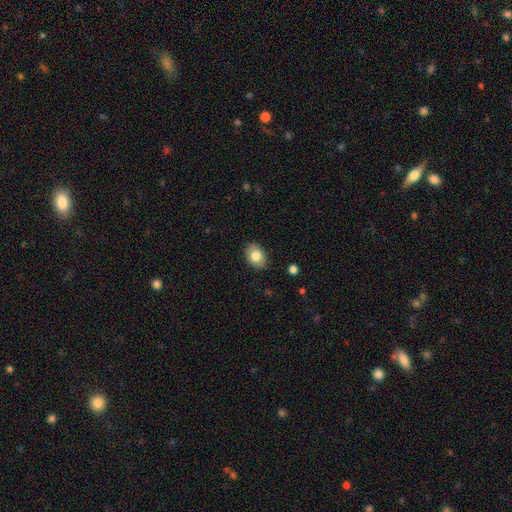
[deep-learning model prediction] Morphology: type=smooth (82%); roundness=in between (76%); merging=none (87%).